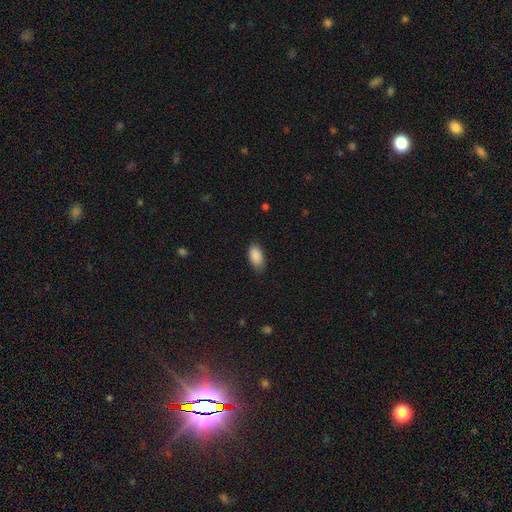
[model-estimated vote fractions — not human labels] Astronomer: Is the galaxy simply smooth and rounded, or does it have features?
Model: smooth — 89%.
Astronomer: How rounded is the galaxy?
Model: in between — 94%.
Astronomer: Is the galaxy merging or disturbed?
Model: none — 78%.